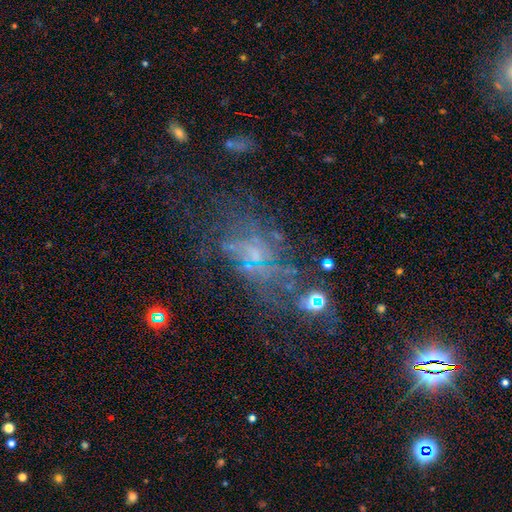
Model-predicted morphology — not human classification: The model was most divided on "spiral arms": no: 51%, yes: 49%. Remaining: edge-on disk — no (94%); bar — no (74%); smooth or featured — featured or disk (57%); bulge size — small (43%); merging — none (40%).